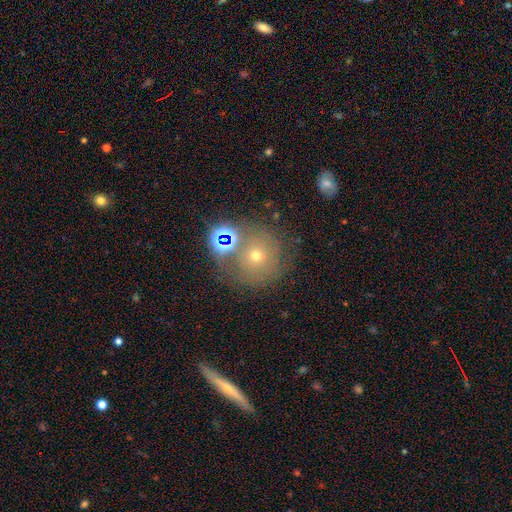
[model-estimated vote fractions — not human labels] Smooth or featured? smooth (42%)
Merging? none (69%)